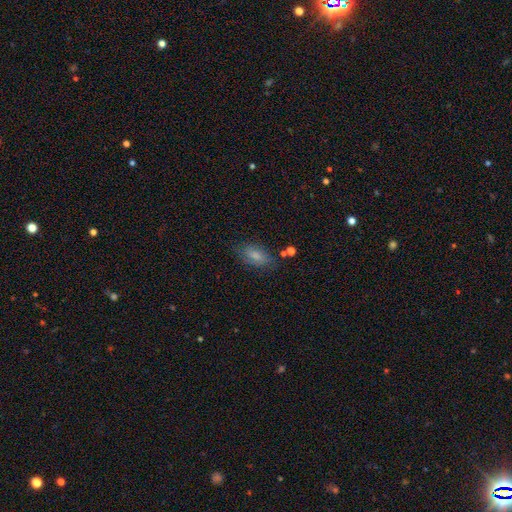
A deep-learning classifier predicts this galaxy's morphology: Smooth or featured? Predicted: smooth (p=0.71). How rounded? Predicted: in between (p=0.87). Merging? Predicted: none (p=0.74).